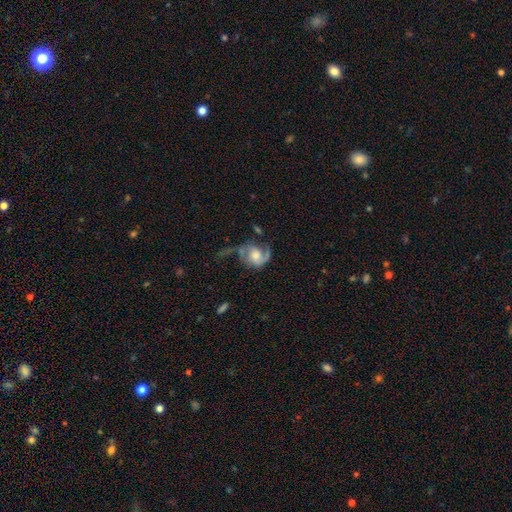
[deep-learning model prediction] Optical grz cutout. It shows a featured or disk galaxy (79%) with no bar (61%), 2 (77%) medium (44%) spiral arms (94%) and a moderate central bulge (53%). Merging: none (41%).